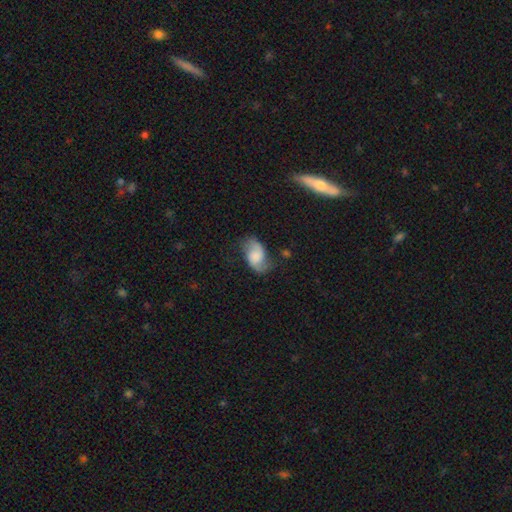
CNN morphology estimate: Q: Smooth or featured?
A: featured or disk (57%); runner-up: smooth (35%)
Q: Edge-on disk?
A: no (97%); runner-up: yes (3%)
Q: Bar?
A: no (59%); runner-up: weak (33%)
Q: Spiral arms?
A: yes (91%); runner-up: no (9%)
Q: Spiral winding?
A: loose (57%); runner-up: medium (33%)
Q: Spiral arm count?
A: 2 (90%); runner-up: can't tell (4%)
Q: Bulge size?
A: none (36%); runner-up: large (22%)
Q: Merging?
A: none (65%); runner-up: minor disturbance (23%)